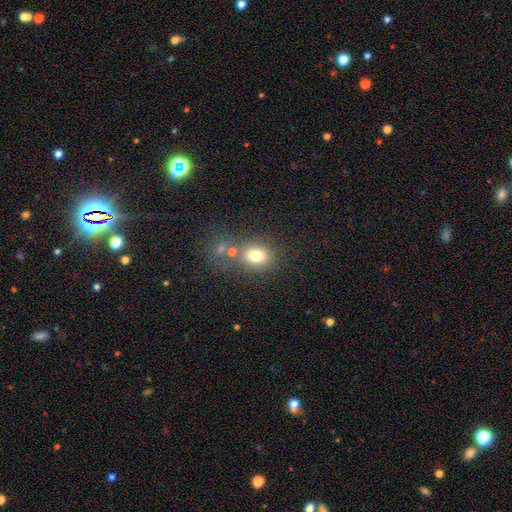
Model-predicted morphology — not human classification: This appears to be a smooth galaxy with no disk features (76%) that is in between round and cigar-shaped (50%). Merging: none (60%).